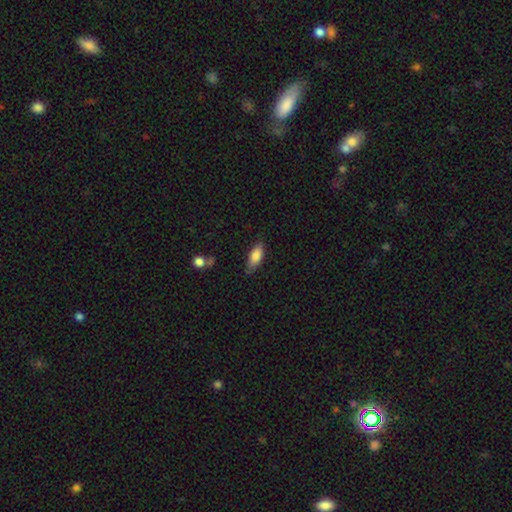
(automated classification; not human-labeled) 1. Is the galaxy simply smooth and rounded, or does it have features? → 81% smooth, 12% featured or disk, 7% star or artifact.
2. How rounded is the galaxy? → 76% in between, 21% cigar-shaped, 2% round.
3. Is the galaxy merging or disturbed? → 74% none, 20% minor disturbance, 4% major disturbance, 2% merger.